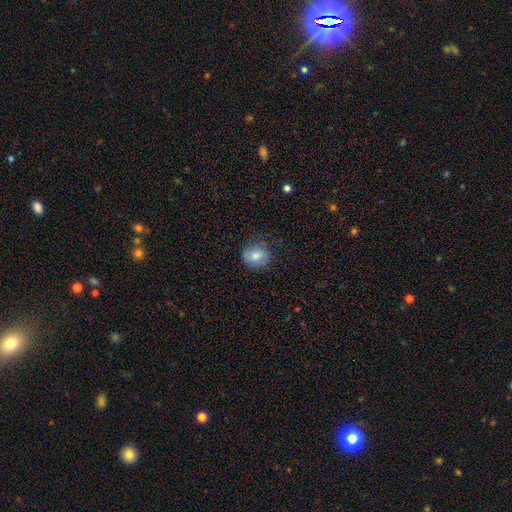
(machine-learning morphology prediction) This is likely a smooth galaxy (75%). How rounded: likely round (69%). Merging: likely none (74%).